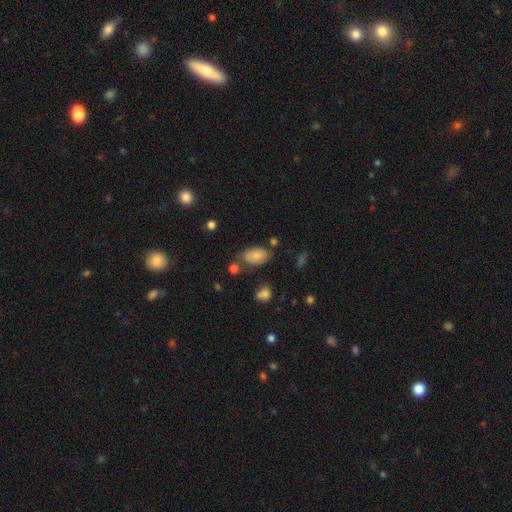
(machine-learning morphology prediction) type=smooth (76%); roundness=in between (91%); merging=none (65%).